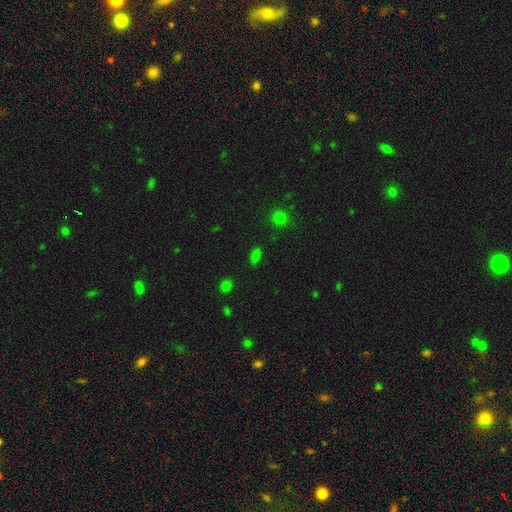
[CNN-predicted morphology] This is likely a smooth galaxy (68%). How rounded: clearly in between (82%). Merging: clearly none (84%).